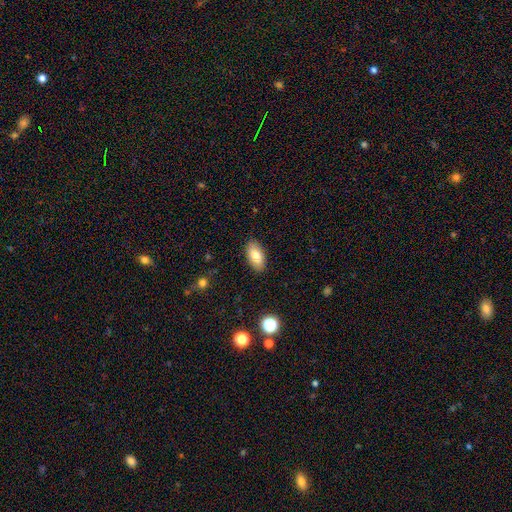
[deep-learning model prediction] A smooth galaxy with no disk features (79%) that is in between round and cigar-shaped (92%).

Vote fractions:
- Smooth or featured? smooth: 79% / featured or disk: 13% / star or artifact: 7%
- How rounded? in between: 92% / cigar-shaped: 5% / round: 3%
- Merging? none: 88% / minor disturbance: 9% / major disturbance: 2% / merger: 1%